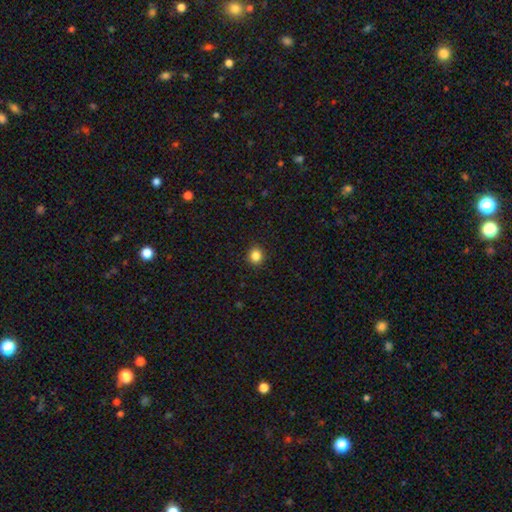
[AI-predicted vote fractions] A smooth galaxy with no disk features (85%) that is round (86%).

Vote fractions:
- Smooth or featured? smooth: 85% / star or artifact: 11% / featured or disk: 4%
- How rounded? round: 86% / in between: 13% / cigar-shaped: 1%
- Merging? none: 92% / minor disturbance: 5% / major disturbance: 2% / merger: 1%